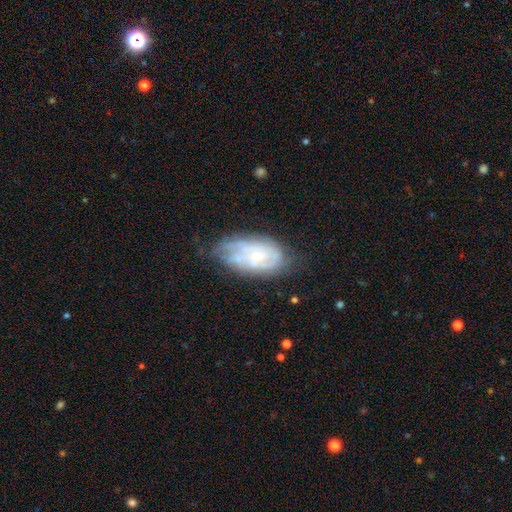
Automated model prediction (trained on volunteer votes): Overall: featured or disk (70%). Edge-on disk: no (95%). Bar: no (74%). Spiral arms: yes (77%). Spiral arm count: can't tell (55%; 2 17%). Spiral winding: tight (63%; medium 28%). Bulge size: small (68%). Merging: none (56%; minor disturbance 28%).